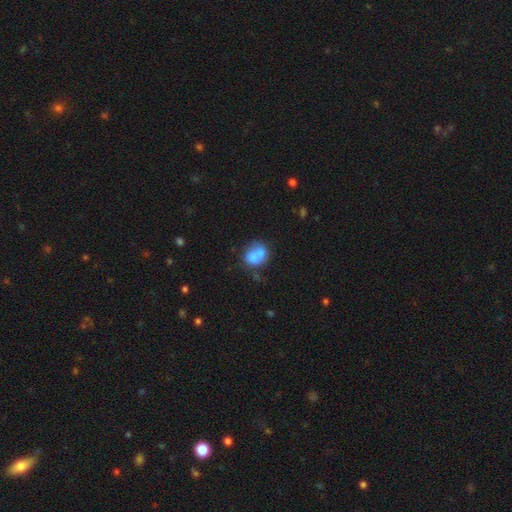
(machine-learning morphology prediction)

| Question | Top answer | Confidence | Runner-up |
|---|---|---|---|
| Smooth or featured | smooth | 69% | featured or disk (21%) |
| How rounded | round | 55% | in between (44%) |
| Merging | merger | 54% | none (28%) |